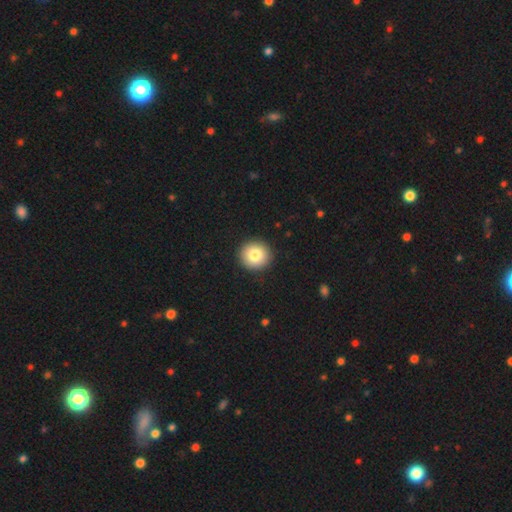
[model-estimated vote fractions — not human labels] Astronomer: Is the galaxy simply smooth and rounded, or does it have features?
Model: smooth — 81%.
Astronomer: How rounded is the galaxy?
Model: round — 94%.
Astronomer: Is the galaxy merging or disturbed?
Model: none — 93%.